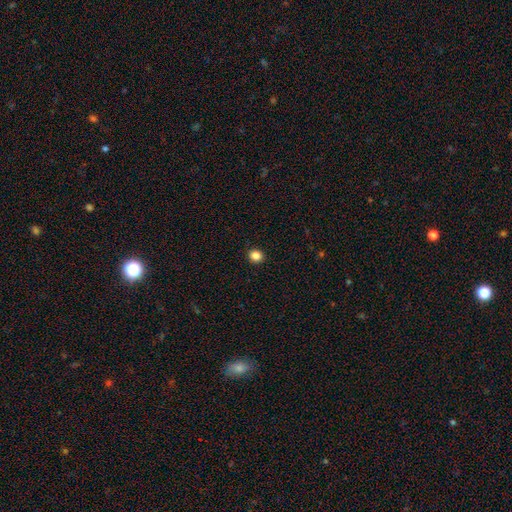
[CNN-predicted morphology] Q: Smooth or featured?
A: smooth (85%); runner-up: star or artifact (11%)
Q: How rounded?
A: round (83%); runner-up: in between (16%)
Q: Merging?
A: none (92%); runner-up: minor disturbance (5%)